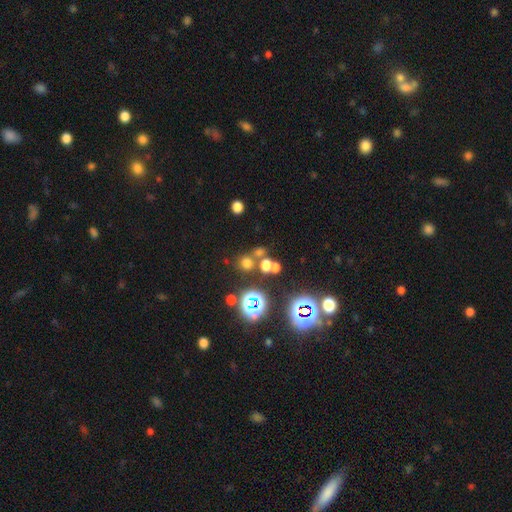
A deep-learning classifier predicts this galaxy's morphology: Smooth or featured?
  - star or artifact: 50% *
  - smooth: 40%
  - featured or disk: 10%